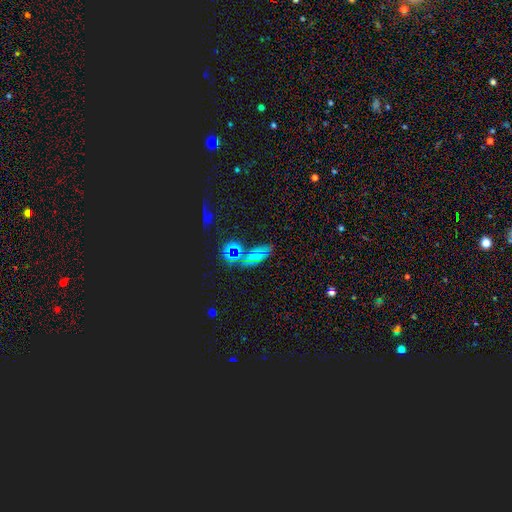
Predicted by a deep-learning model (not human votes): smooth-or-featured: star or artifact: 50% | smooth: 26% | featured or disk: 24%